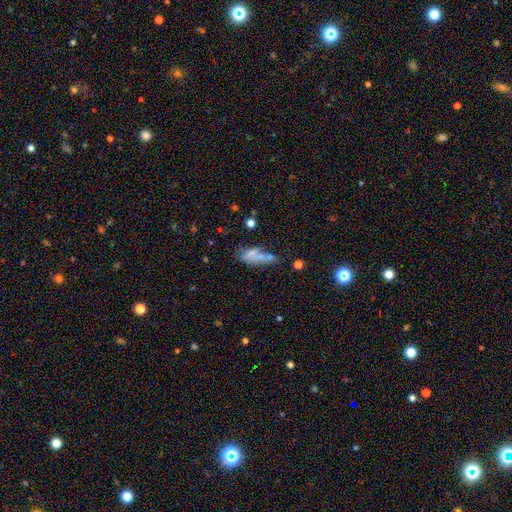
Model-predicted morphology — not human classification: Smooth or featured? Predicted: smooth (p=0.54). How rounded? Predicted: in between (p=0.57). Merging? Predicted: none (p=0.32).